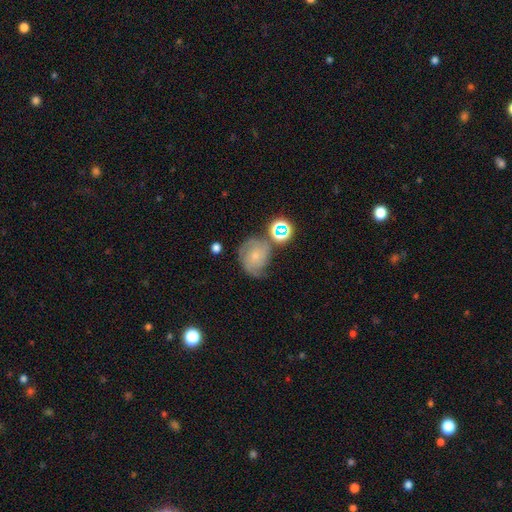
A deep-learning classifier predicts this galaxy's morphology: A featured or disk galaxy (60%) with no bar (77%), 2 (43%) tight (48%) spiral arms (89%) and a small central bulge (72%).

Vote fractions:
- Smooth or featured? featured or disk: 60% / smooth: 27% / star or artifact: 13%
- Edge-on disk? no: 97% / yes: 3%
- Bar? no: 77% / weak: 19% / strong: 4%
- Spiral arms? yes: 89% / no: 11%
- Spiral winding? tight: 48% / medium: 38% / loose: 14%
- Spiral arm count? 2: 43% / can't tell: 26% / 3: 18% / 1: 6% / 4: 4% / more than 4: 3%
- Bulge size? small: 72% / moderate: 21% / none: 4% / large: 2% / dominant: 1%
- Merging? none: 52% / minor disturbance: 25% / major disturbance: 13% / merger: 11%